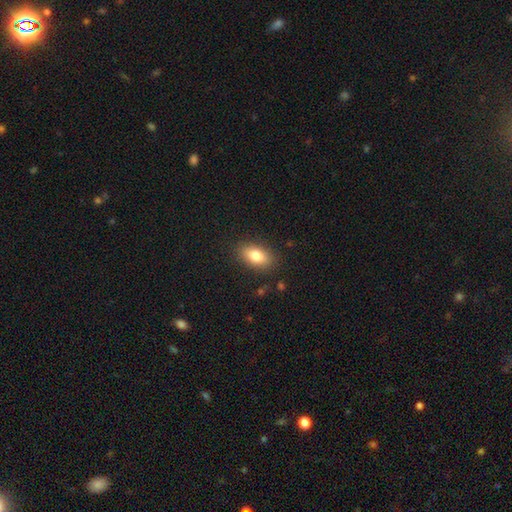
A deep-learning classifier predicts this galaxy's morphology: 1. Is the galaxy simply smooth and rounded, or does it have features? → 80% smooth, 12% featured or disk, 8% star or artifact.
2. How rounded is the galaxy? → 88% in between, 8% round, 4% cigar-shaped.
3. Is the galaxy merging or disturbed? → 86% none, 10% minor disturbance, 3% major disturbance, 1% merger.